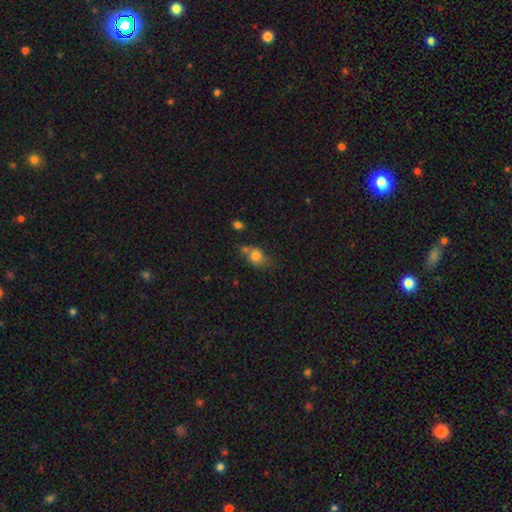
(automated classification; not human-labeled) Overall: smooth (76%). How rounded: in between (59%; round 39%). Merging: none (39%; minor disturbance 24%).